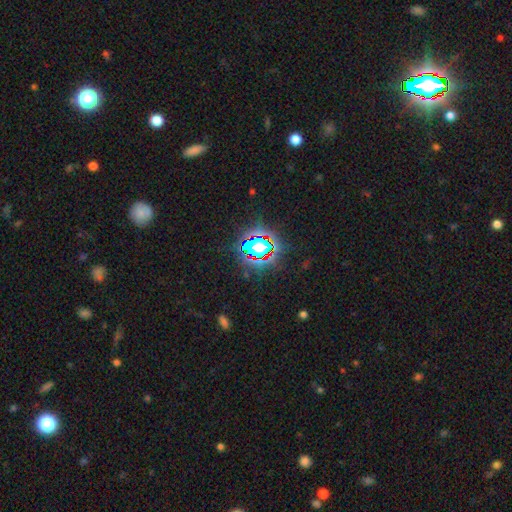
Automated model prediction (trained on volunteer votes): A star or artifact, not a galaxy (75%).